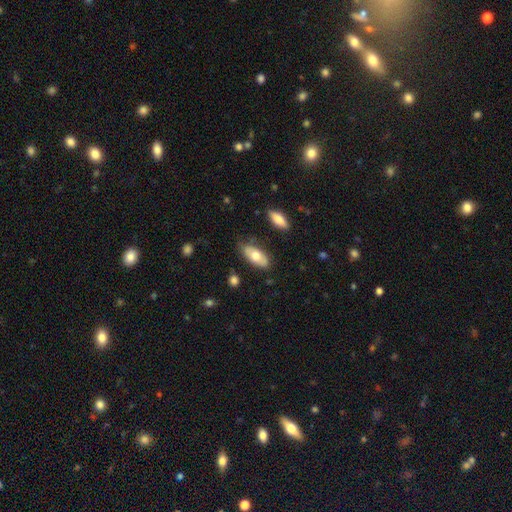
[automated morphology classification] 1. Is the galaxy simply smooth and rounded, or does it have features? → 65% smooth, 29% featured or disk, 6% star or artifact.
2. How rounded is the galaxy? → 89% in between, 9% cigar-shaped, 3% round.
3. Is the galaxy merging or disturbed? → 72% none, 20% minor disturbance, 4% major disturbance, 3% merger.